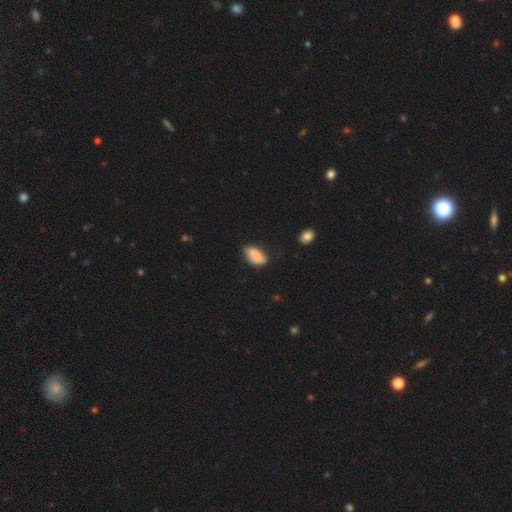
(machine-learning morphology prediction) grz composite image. It shows a smooth galaxy with no disk features (84%) that is in between round and cigar-shaped (92%). Merging: none (61%).